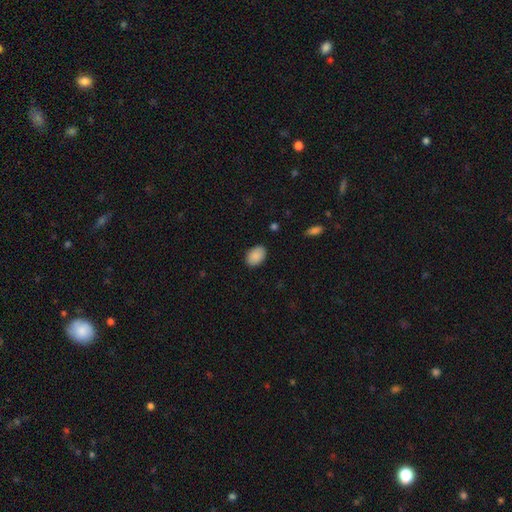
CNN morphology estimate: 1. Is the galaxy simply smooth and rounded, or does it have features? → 89% smooth, 7% star or artifact, 4% featured or disk.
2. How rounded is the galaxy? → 84% in between, 14% round, 1% cigar-shaped.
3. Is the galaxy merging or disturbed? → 87% none, 10% minor disturbance, 2% major disturbance, 1% merger.